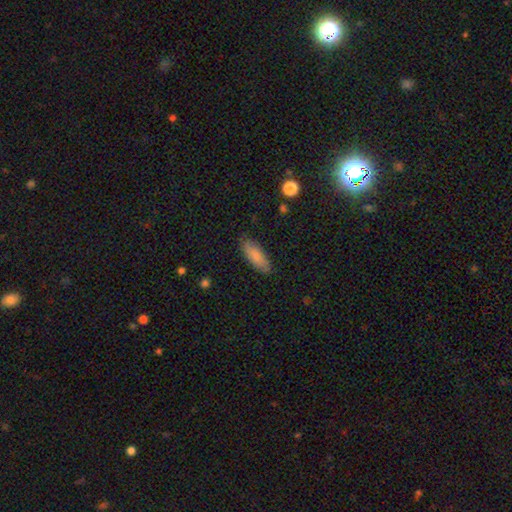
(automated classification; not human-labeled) smooth_or_featured: smooth (p=0.84) [alt: featured or disk p=0.10]
how_rounded: in between (p=0.68) [alt: cigar-shaped p=0.30]
merging: none (p=0.85) [alt: minor disturbance p=0.11]